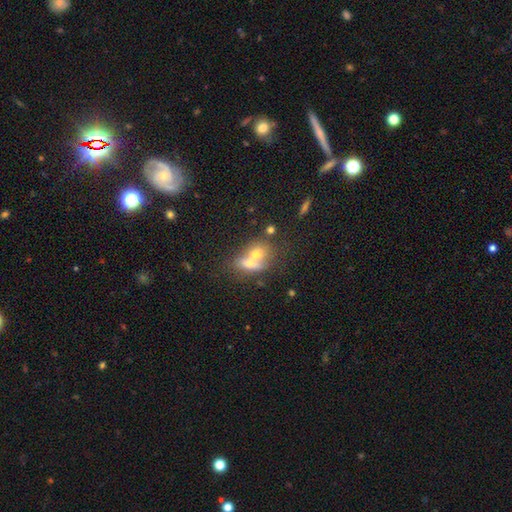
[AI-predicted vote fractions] Overall: smooth (59%; featured or disk 29%). How rounded: in between (50%; round 45%). Merging: merger (68%).